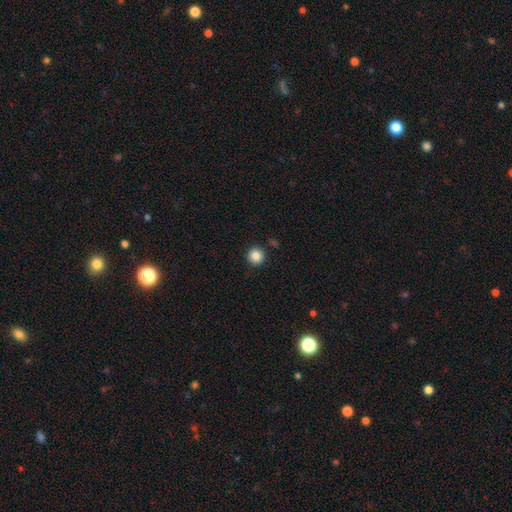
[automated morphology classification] Smooth or featured: smooth — 86% (star or artifact — 10%)
How rounded: round — 95% (in between — 4%)
Merging: none — 91% (minor disturbance — 5%)